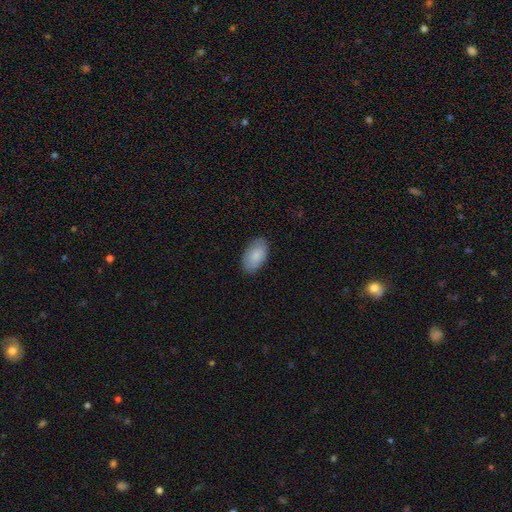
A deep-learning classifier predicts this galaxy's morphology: Smooth or featured?
  - smooth: 86% *
  - featured or disk: 9%
  - star or artifact: 6%
How rounded?
  - in between: 95% *
  - round: 3%
  - cigar-shaped: 1%
Merging?
  - none: 84% *
  - minor disturbance: 13%
  - major disturbance: 3%
  - merger: 1%